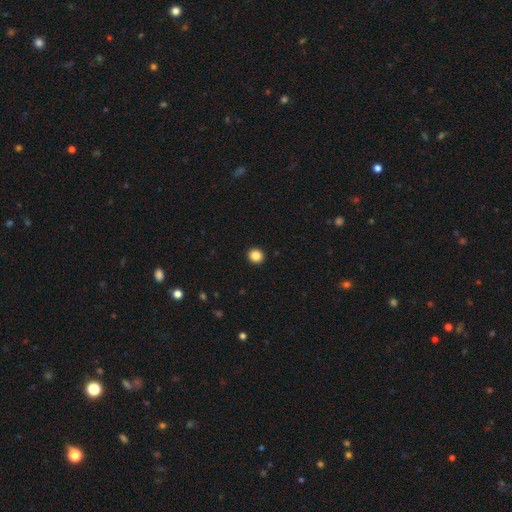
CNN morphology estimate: smooth-or-featured: smooth: 86% | star or artifact: 10% | featured or disk: 4%
  how-rounded: round: 91% | in between: 8% | cigar-shaped: 1%
  merging: none: 94% | minor disturbance: 4% | major disturbance: 1% | merger: 1%